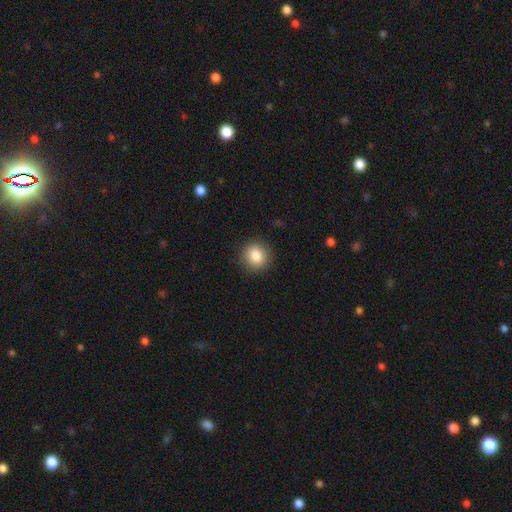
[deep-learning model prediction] This appears to be a smooth galaxy with no disk features (84%) that is round (89%). Merging: none (90%).